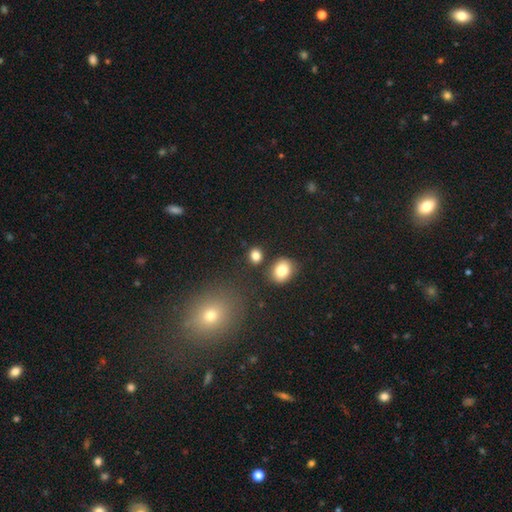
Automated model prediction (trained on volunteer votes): A smooth galaxy with no disk features (84%) that is round (65%).

Vote fractions:
- Smooth or featured? smooth: 84% / star or artifact: 11% / featured or disk: 5%
- How rounded? round: 65% / in between: 33% / cigar-shaped: 1%
- Merging? none: 79% / merger: 9% / minor disturbance: 9% / major disturbance: 3%